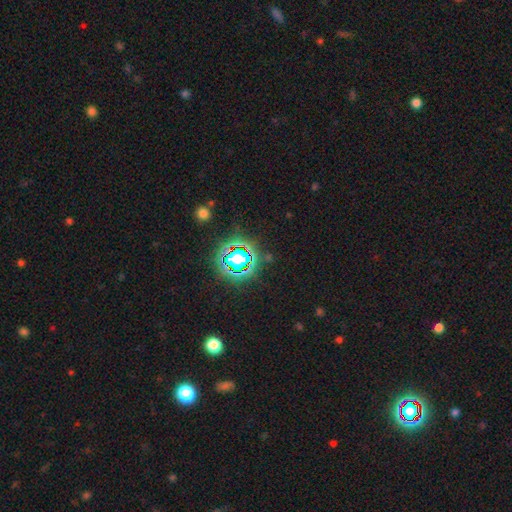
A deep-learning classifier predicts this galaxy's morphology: type=star or artifact (82%).